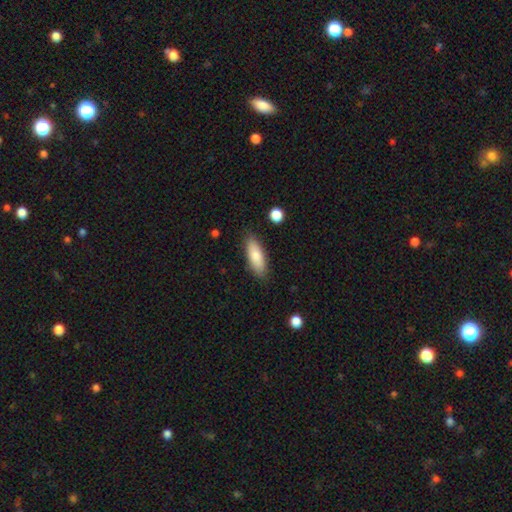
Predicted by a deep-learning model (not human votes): smooth 80%, featured or disk 13%, star or artifact 6%. Down the decision tree: how rounded — in between (62%); merging — none (85%).